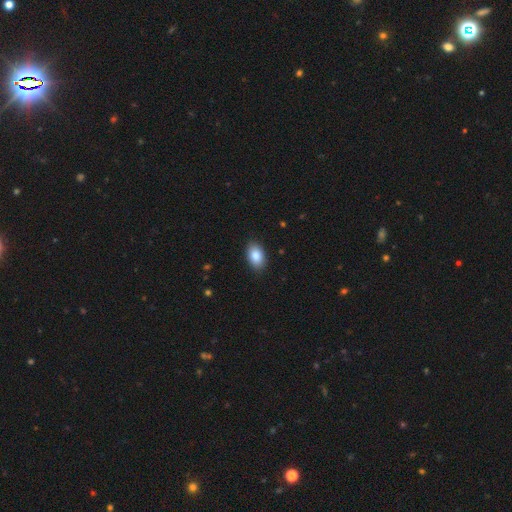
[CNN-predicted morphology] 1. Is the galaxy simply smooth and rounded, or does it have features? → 88% smooth, 7% star or artifact, 5% featured or disk.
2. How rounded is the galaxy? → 92% in between, 7% round, 1% cigar-shaped.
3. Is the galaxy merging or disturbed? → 87% none, 10% minor disturbance, 2% major disturbance, 1% merger.